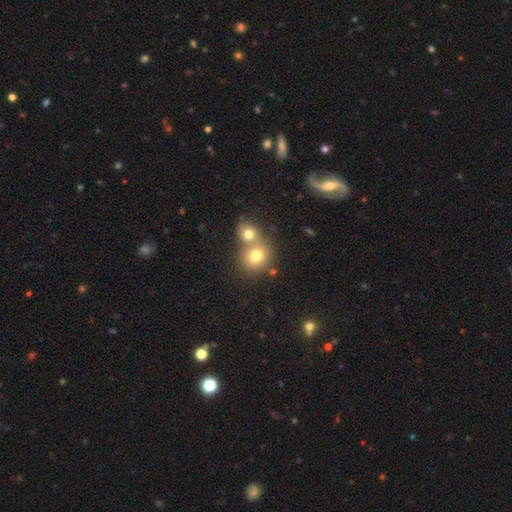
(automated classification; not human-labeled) Morphology: type=smooth (75%); roundness=round (74%); merging=merger (56%).